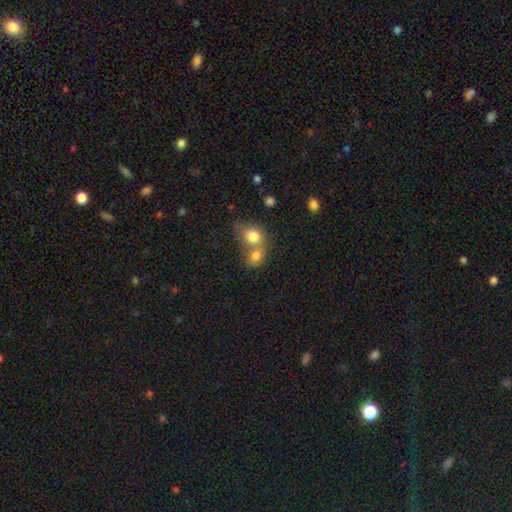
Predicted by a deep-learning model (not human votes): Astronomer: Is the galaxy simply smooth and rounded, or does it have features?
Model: smooth — 80%.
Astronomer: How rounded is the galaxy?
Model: round — 64%.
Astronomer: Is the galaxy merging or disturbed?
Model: merger — 61%.